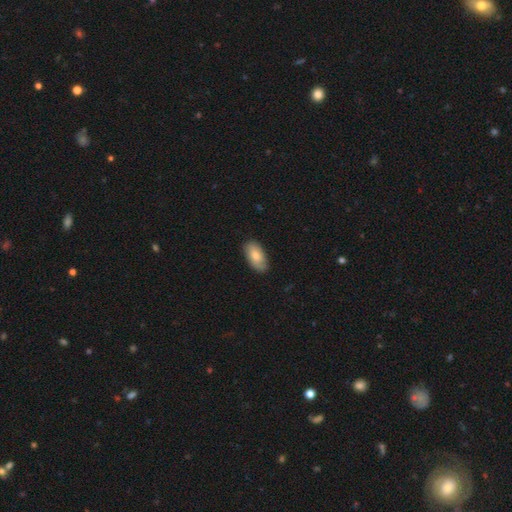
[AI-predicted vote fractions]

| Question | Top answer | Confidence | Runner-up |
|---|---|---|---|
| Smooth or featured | smooth | 74% | featured or disk (20%) |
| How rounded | in between | 93% | cigar-shaped (4%) |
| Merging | none | 82% | minor disturbance (14%) |